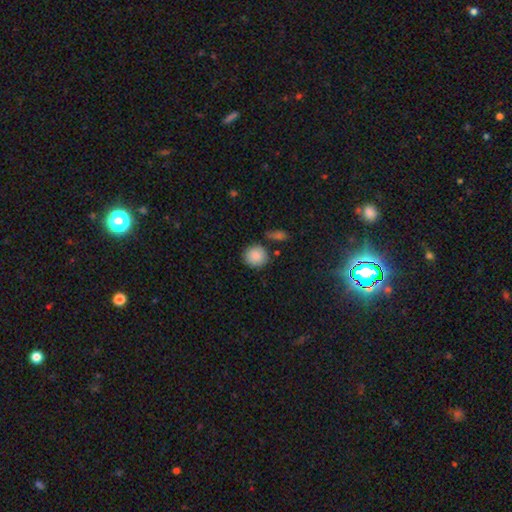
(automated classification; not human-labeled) The model was most divided on "merging": none: 77%, minor disturbance: 12%, merger: 7%, major disturbance: 3%. More confident: how rounded — round (89%); smooth or featured — smooth (88%).